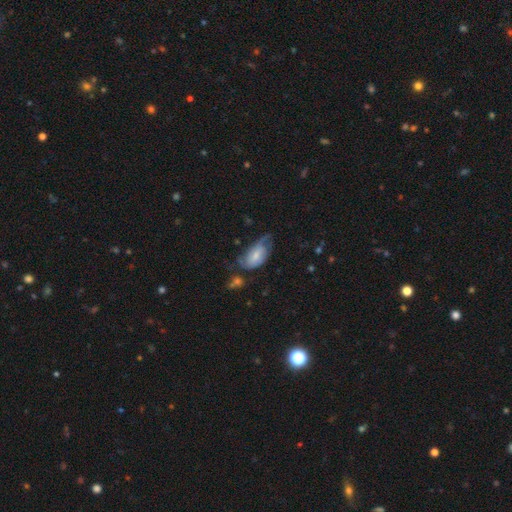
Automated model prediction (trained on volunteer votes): Overall: smooth (53%; featured or disk 40%). How rounded: in between (92%). Merging: minor disturbance (35%; none 30%).